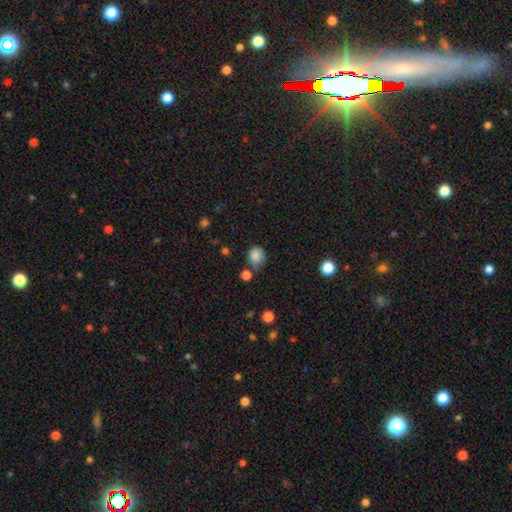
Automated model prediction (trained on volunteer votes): Smooth or featured? smooth (84%)
How rounded? round (70%)
Merging? none (64%)